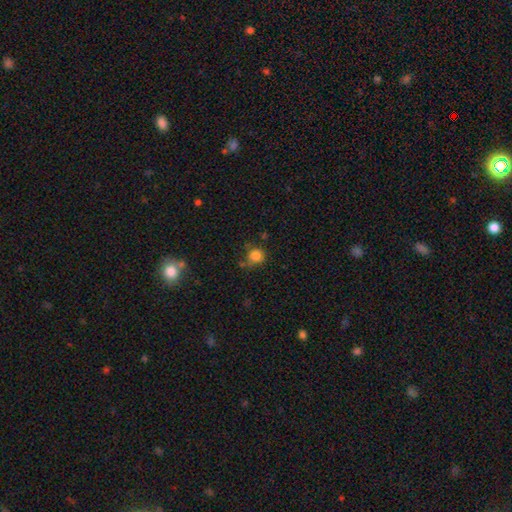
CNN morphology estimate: Smooth or featured?
  - smooth: 82% *
  - star or artifact: 12%
  - featured or disk: 6%
How rounded?
  - round: 88% *
  - in between: 11%
  - cigar-shaped: 1%
Merging?
  - none: 66% *
  - minor disturbance: 21%
  - merger: 7%
  - major disturbance: 7%